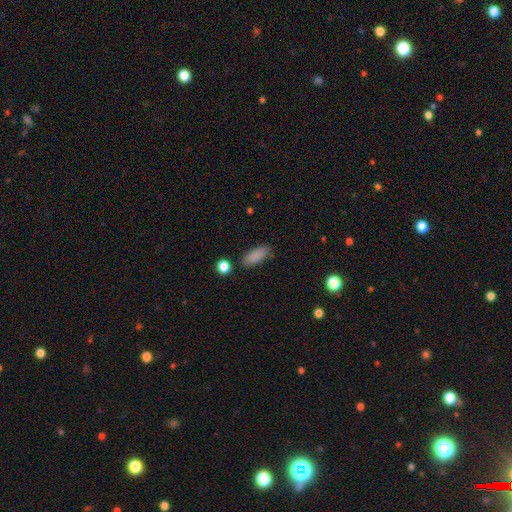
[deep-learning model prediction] Smooth or featured?
  - smooth: 87% *
  - star or artifact: 8%
  - featured or disk: 5%
How rounded?
  - in between: 76% *
  - cigar-shaped: 22%
  - round: 3%
Merging?
  - none: 83% *
  - minor disturbance: 12%
  - merger: 3%
  - major disturbance: 3%